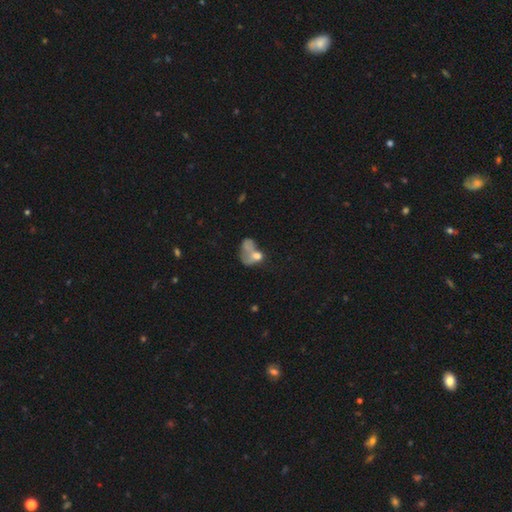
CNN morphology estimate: Q: Smooth or featured?
A: smooth (49%); runner-up: featured or disk (34%)
Q: Merging?
A: merger (34%); runner-up: major disturbance (30%)